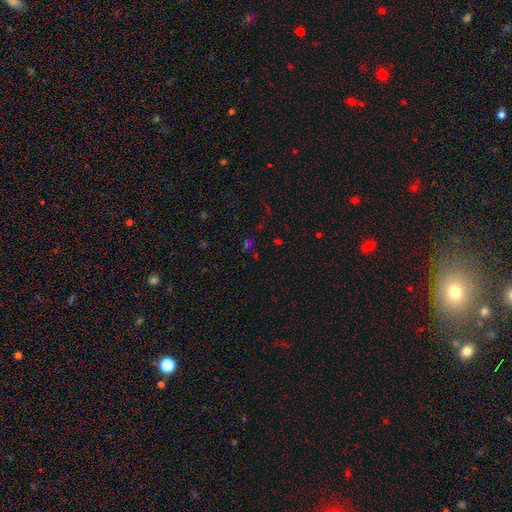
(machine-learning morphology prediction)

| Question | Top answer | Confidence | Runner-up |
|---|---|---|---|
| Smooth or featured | star or artifact | 52% | smooth (39%) |